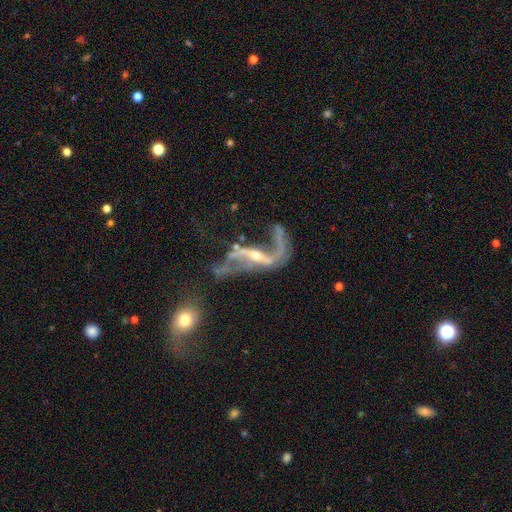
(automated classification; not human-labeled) Smooth or featured? featured or disk (88%)
Edge-on disk? no (92%)
Bar? strong (38%)
Spiral arms? yes (91%)
Spiral winding? loose (88%)
Spiral arm count? 2 (87%)
Bulge size? small (61%)
Merging? none (37%)